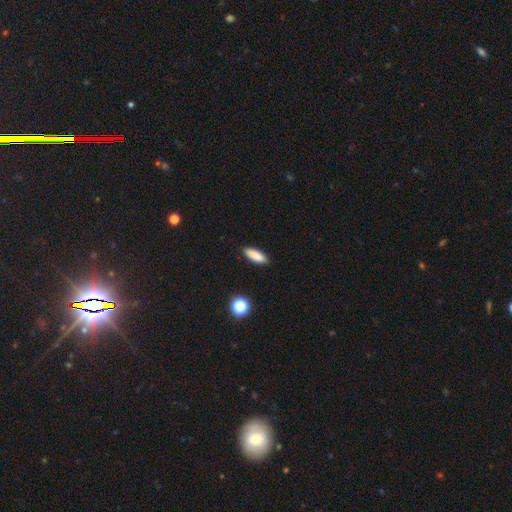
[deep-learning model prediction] Morphology: type=smooth (86%); roundness=in between (61%); merging=none (88%).